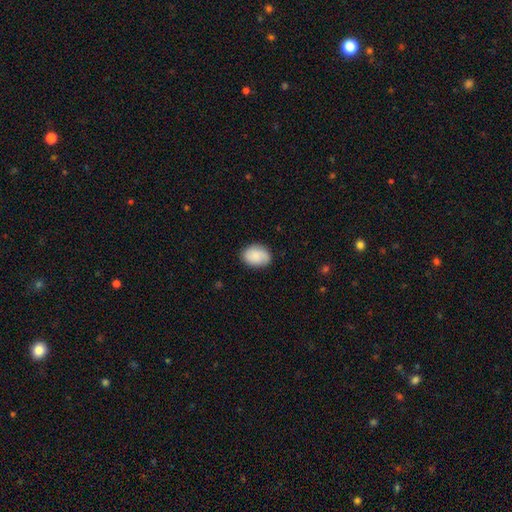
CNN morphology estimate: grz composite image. It shows a smooth galaxy with no disk features (84%) that is in between round and cigar-shaped (74%). Merging: none (82%).